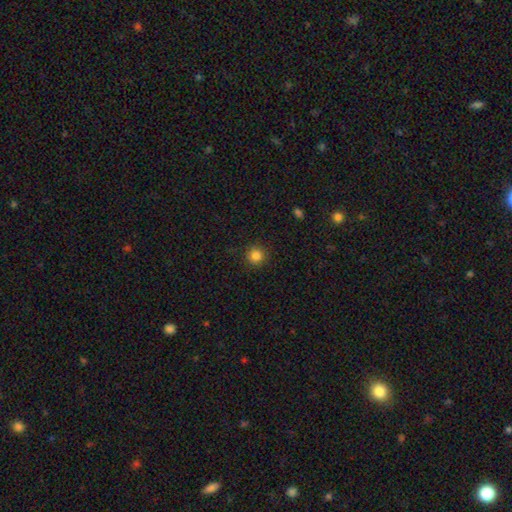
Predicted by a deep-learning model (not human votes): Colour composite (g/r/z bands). It shows a smooth galaxy with no disk features (84%) that is round (94%). Merging: none (91%).